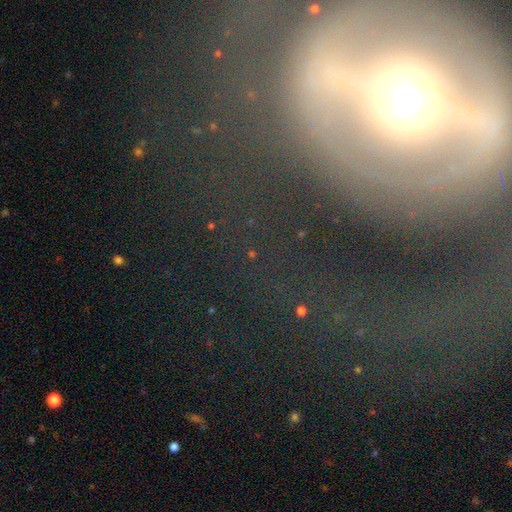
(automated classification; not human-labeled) A featured or disk galaxy (72%) with a strong bar (46%), spiral arms (57%) and a moderate central bulge (62%).

Vote fractions:
- Smooth or featured? featured or disk: 72% / smooth: 16% / star or artifact: 12%
- Edge-on disk? no: 88% / yes: 12%
- Bar? strong: 46% / no: 32% / weak: 22%
- Spiral arms? yes: 57% / no: 43%
- Bulge size? moderate: 62% / small: 18% / large: 13% / dominant: 5% / none: 2%
- Merging? none: 62% / major disturbance: 22% / minor disturbance: 13% / merger: 4%